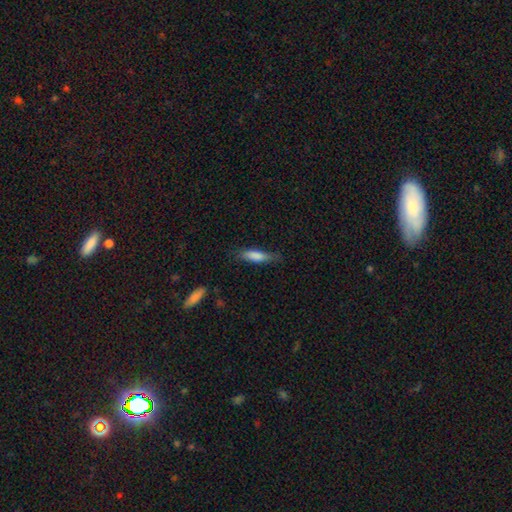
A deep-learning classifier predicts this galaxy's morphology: smooth 80%, featured or disk 13%, star or artifact 6%. Down the decision tree: how rounded — cigar-shaped (65%); merging — none (73%).